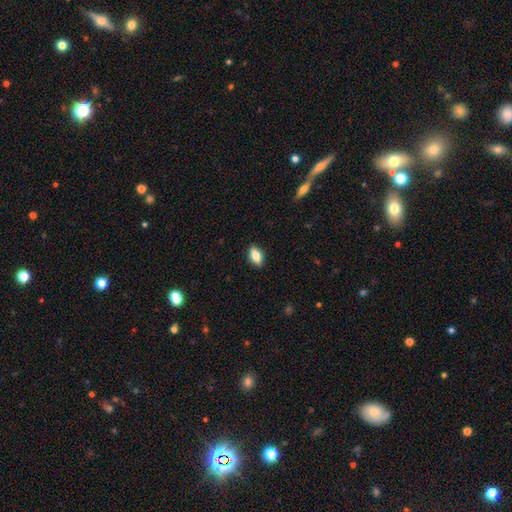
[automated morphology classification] smooth 72%, featured or disk 20%, star or artifact 8%. Down the decision tree: how rounded — in between (84%); merging — none (87%).